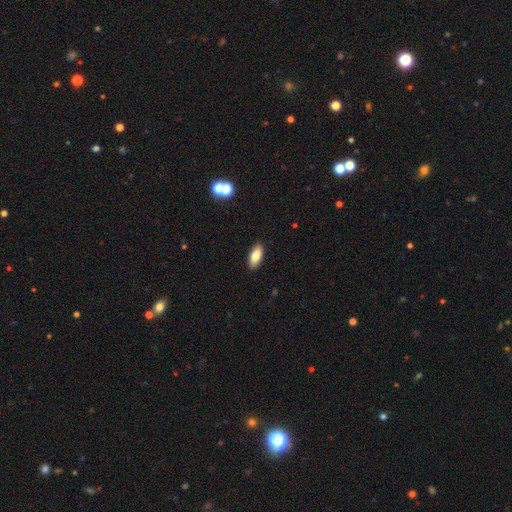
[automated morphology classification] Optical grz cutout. It shows a smooth galaxy with no disk features (83%) that is in between round and cigar-shaped (86%). Merging: none (89%).